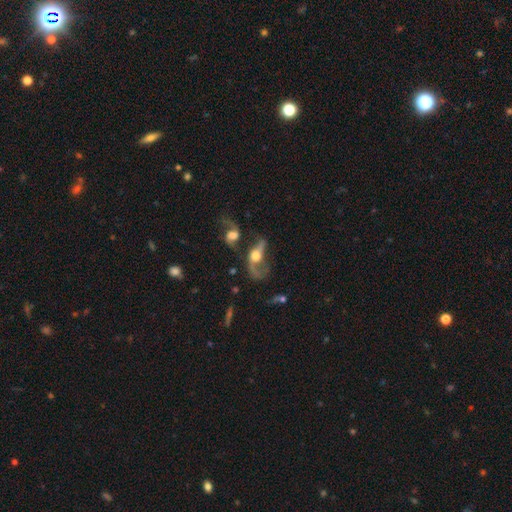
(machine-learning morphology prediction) This appears to be a featured or disk galaxy (67%) with no bar (68%), spiral arms (71%) and a moderate central bulge (49%). Merging: merger (35%).